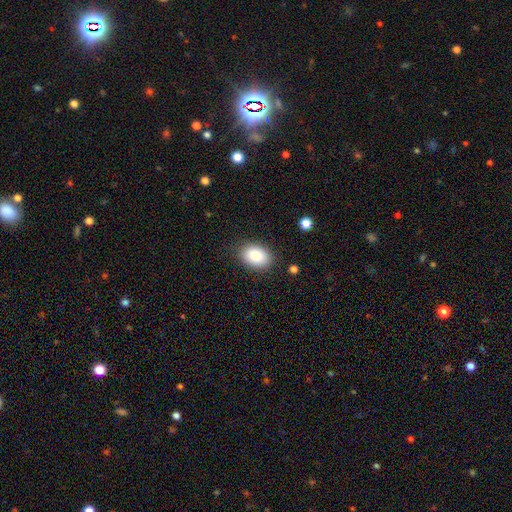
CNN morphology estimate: Smooth or featured? smooth (85%)
How rounded? in between (83%)
Merging? none (85%)